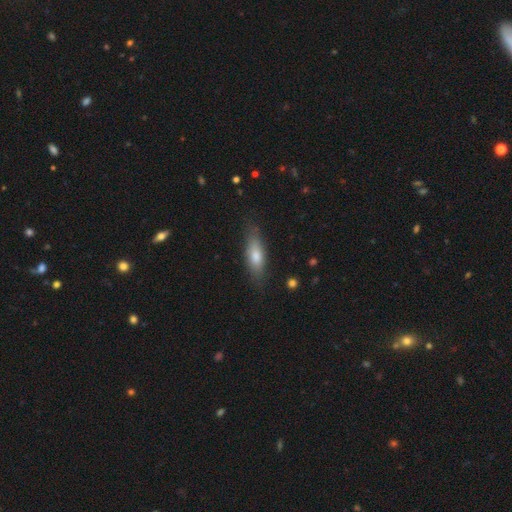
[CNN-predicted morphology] Overall: smooth (68%). How rounded: in between (49%; cigar-shaped 48%). Merging: none (80%).